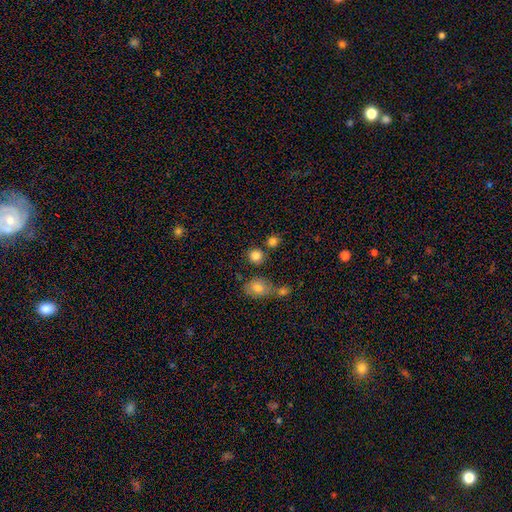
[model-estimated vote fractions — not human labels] smooth 82%, star or artifact 12%, featured or disk 6%. Down the decision tree: how rounded — round (87%); merging — none (73%).